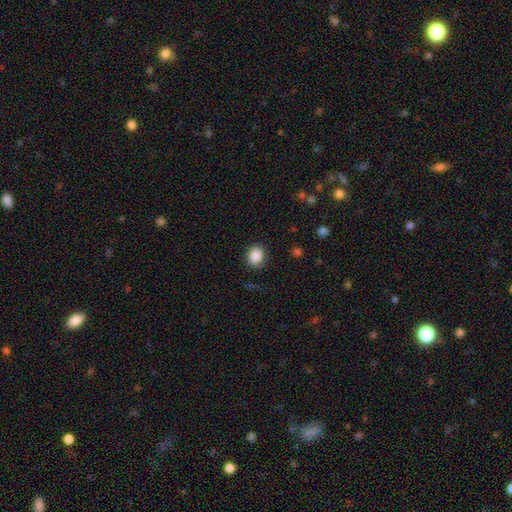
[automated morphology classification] type=smooth (88%); roundness=round (65%); merging=none (83%).